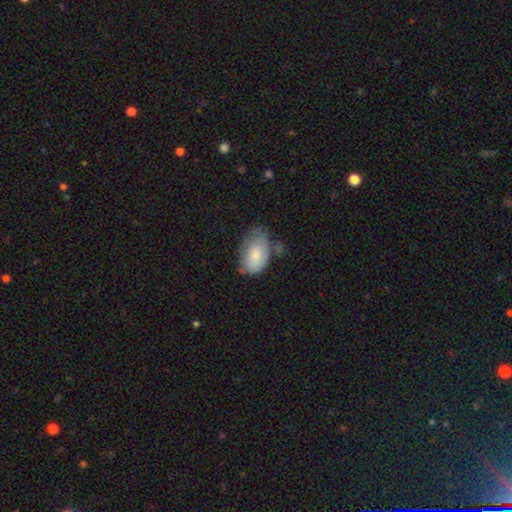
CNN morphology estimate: smooth_or_featured: smooth (p=0.75) [alt: featured or disk p=0.18]
how_rounded: in between (p=0.91) [alt: round p=0.08]
merging: none (p=0.41) [alt: minor disturbance p=0.38]